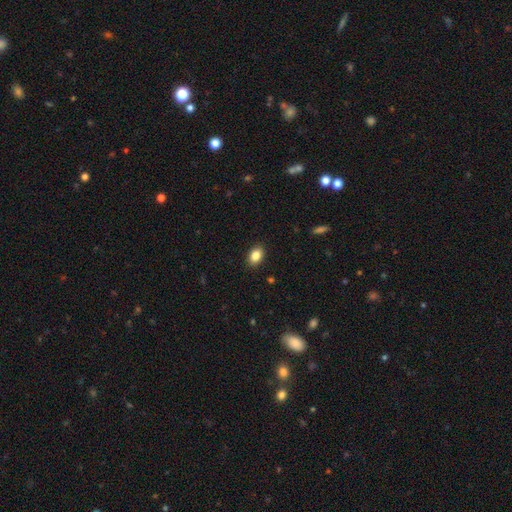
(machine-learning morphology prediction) smooth 86%, star or artifact 8%, featured or disk 6%. Down the decision tree: how rounded — in between (83%); merging — none (90%).